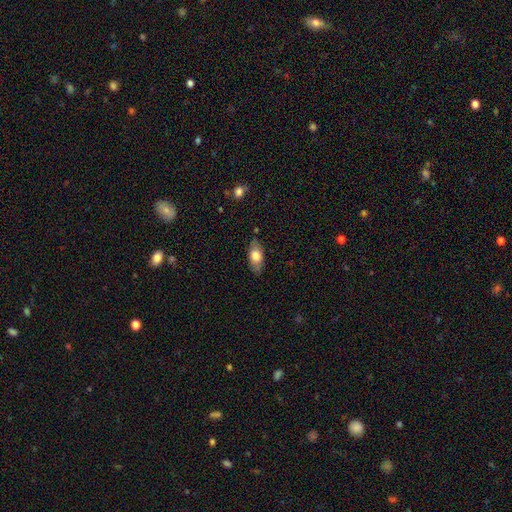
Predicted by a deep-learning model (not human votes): Smooth or featured? smooth (71%)
How rounded? in between (85%)
Merging? none (81%)